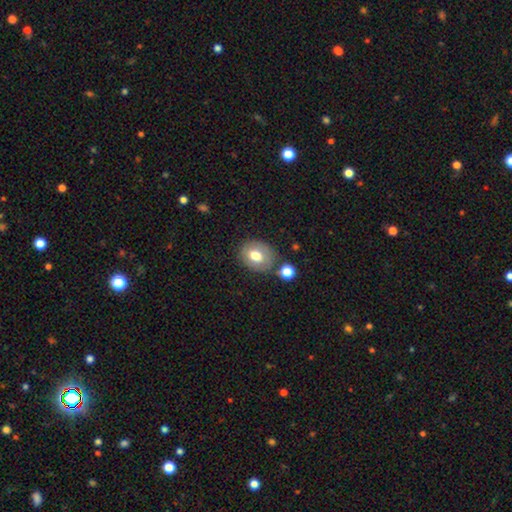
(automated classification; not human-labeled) smooth-or-featured: smooth: 69% | featured or disk: 22% | star or artifact: 8%
  how-rounded: round: 50% | in between: 49% | cigar-shaped: 1%
  merging: none: 73% | minor disturbance: 15% | merger: 8% | major disturbance: 5%